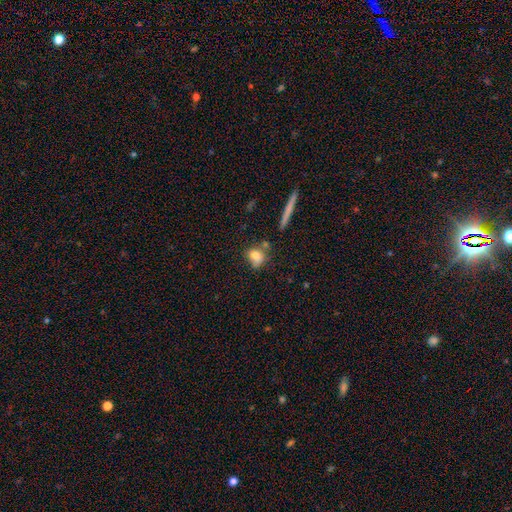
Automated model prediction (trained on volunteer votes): A smooth galaxy with no disk features (75%) that is in between round and cigar-shaped (48%). Merging: none (50%).